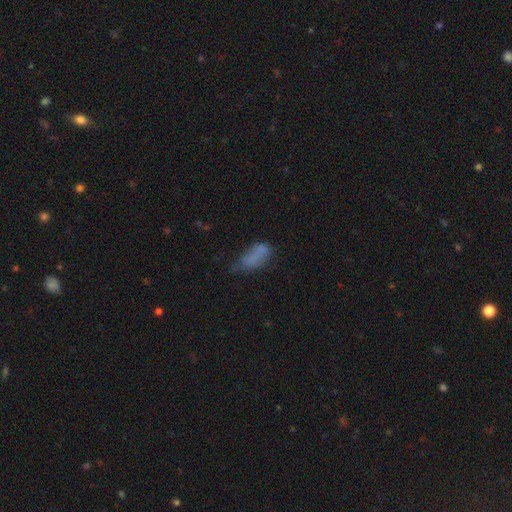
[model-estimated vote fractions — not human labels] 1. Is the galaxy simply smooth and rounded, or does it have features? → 70% smooth, 18% featured or disk, 12% star or artifact.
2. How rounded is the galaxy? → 82% in between, 15% cigar-shaped, 4% round.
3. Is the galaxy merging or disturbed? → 36% none, 33% minor disturbance, 23% major disturbance, 9% merger.